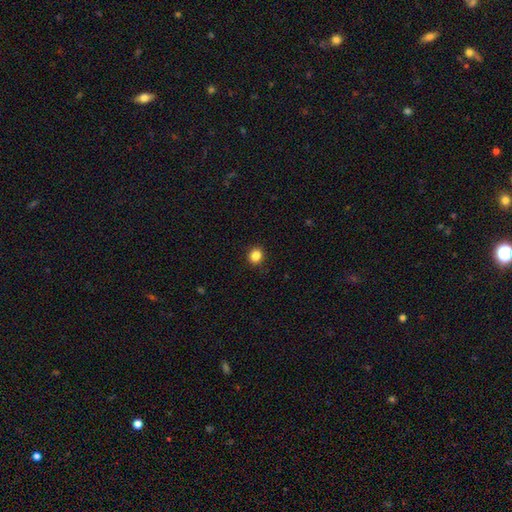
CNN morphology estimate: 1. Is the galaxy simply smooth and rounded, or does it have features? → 85% smooth, 11% star or artifact, 4% featured or disk.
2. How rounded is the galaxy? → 80% round, 19% in between, 1% cigar-shaped.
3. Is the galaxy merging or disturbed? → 90% none, 7% minor disturbance, 2% major disturbance, 1% merger.